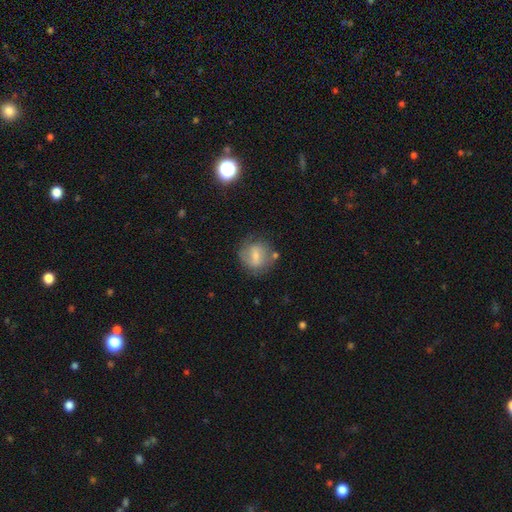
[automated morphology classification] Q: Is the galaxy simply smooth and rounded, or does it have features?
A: smooth — 58%.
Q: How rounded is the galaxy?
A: round — 78%.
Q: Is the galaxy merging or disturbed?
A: none — 65%.